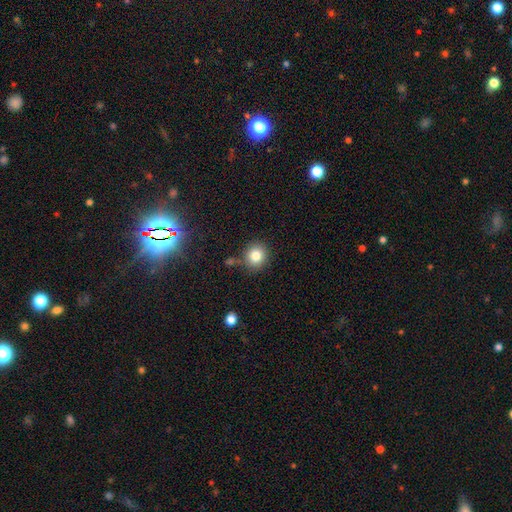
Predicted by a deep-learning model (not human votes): smooth_or_featured: smooth (p=0.82) [alt: star or artifact p=0.11]
how_rounded: round (p=0.87) [alt: in between p=0.13]
merging: none (p=0.81) [alt: minor disturbance p=0.10]